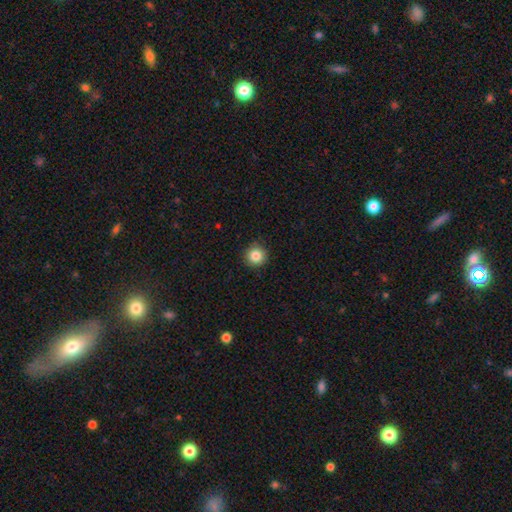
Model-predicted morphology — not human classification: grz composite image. It shows a smooth galaxy with no disk features (85%) that is round (95%). Merging: none (91%).